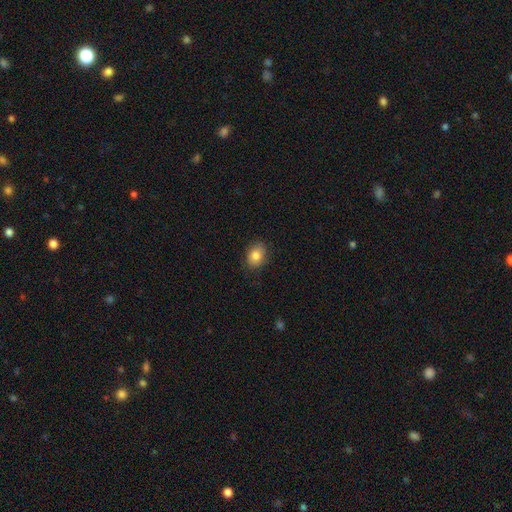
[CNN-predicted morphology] smooth-or-featured: smooth: 83% | star or artifact: 9% | featured or disk: 8%
  how-rounded: in between: 67% | round: 32% | cigar-shaped: 1%
  merging: none: 84% | minor disturbance: 12% | major disturbance: 3% | merger: 1%